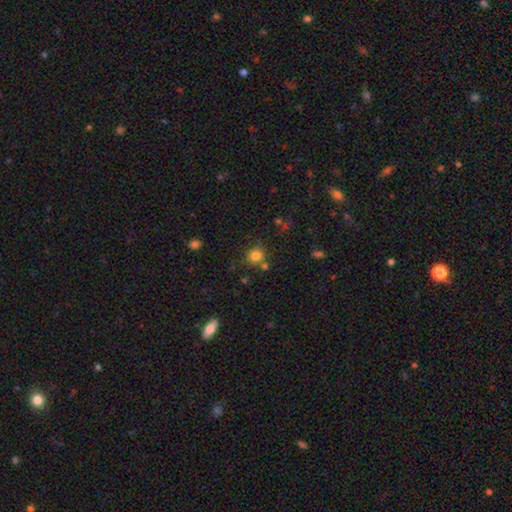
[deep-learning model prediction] A smooth galaxy with no disk features (81%) that is round (87%). Merging: none (73%).